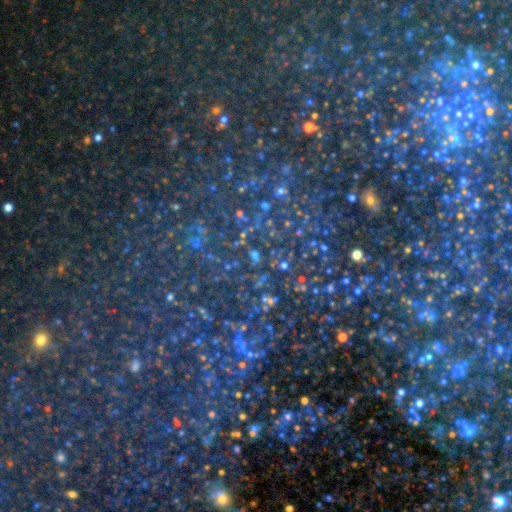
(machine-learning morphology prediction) star or artifact 82%, smooth 11%, featured or disk 7%.